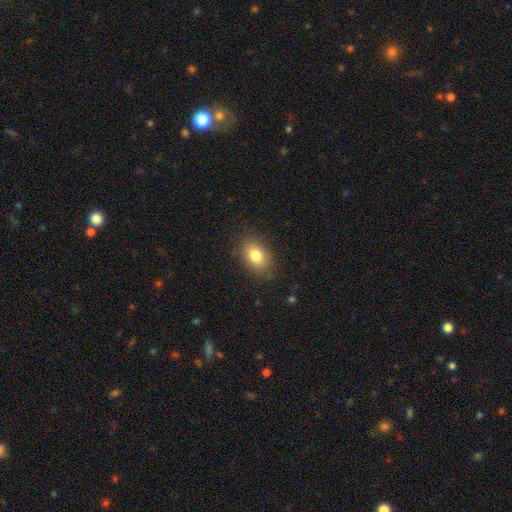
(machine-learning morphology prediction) smooth 80%, featured or disk 11%, star or artifact 9%. Down the decision tree: how rounded — in between (82%); merging — none (85%).